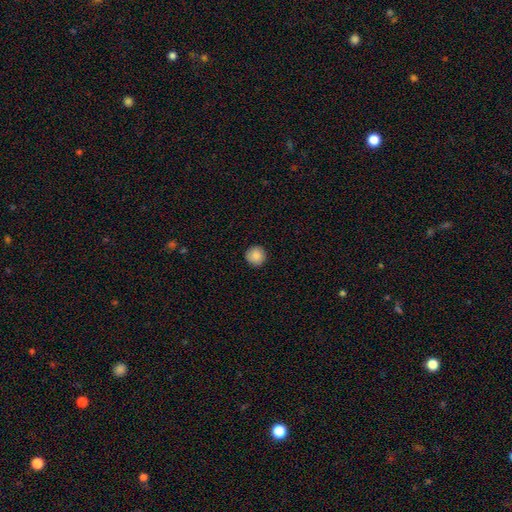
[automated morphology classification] A smooth galaxy with no disk features (88%) that is round (96%).

Vote fractions:
- Smooth or featured? smooth: 88% / star or artifact: 8% / featured or disk: 4%
- How rounded? round: 96% / in between: 3% / cigar-shaped: 1%
- Merging? none: 91% / minor disturbance: 6% / major disturbance: 2% / merger: 1%